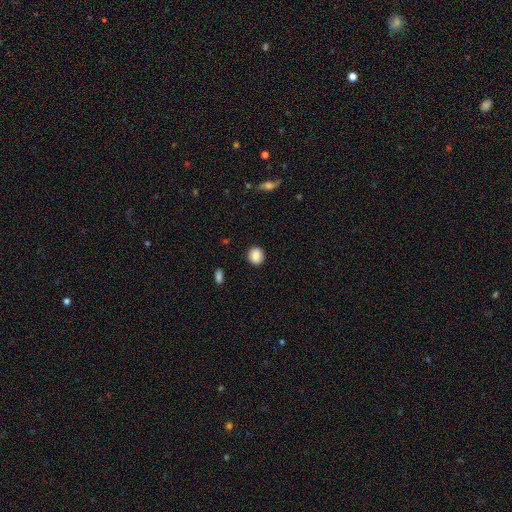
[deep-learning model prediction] This appears to be a smooth galaxy with no disk features (86%) that is round (77%). Merging: none (90%).